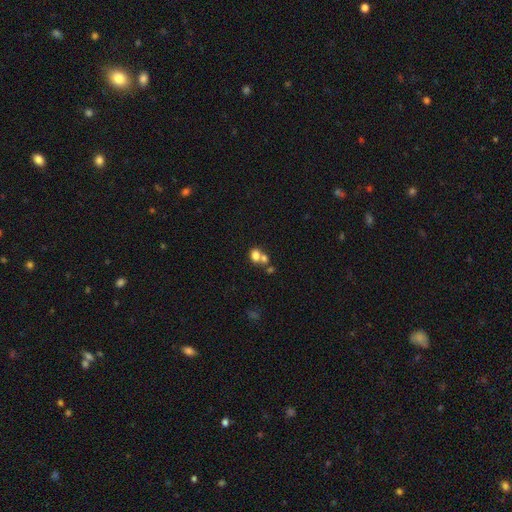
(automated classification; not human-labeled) The model was most divided on "how rounded": round: 54%, in between: 45%, cigar-shaped: 1%. More confident: smooth or featured — smooth (73%); merging — merger (55%).